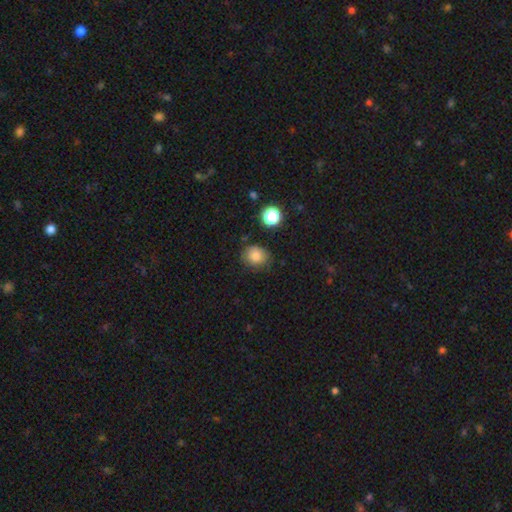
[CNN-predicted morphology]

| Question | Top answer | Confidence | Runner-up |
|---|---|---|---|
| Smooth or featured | smooth | 81% | star or artifact (12%) |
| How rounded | round | 71% | in between (28%) |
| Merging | none | 75% | minor disturbance (17%) |